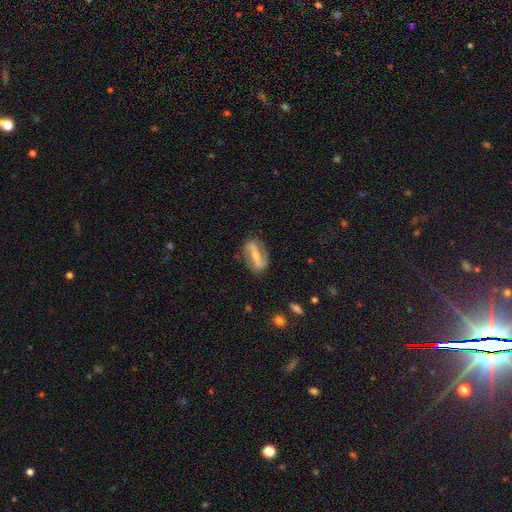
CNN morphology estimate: Smooth or featured?
  - featured or disk: 77% *
  - smooth: 17%
  - star or artifact: 6%
Edge-on disk?
  - no: 94% *
  - yes: 6%
Bar?
  - strong: 58% *
  - weak: 26%
  - no: 16%
Spiral arms?
  - yes: 88% *
  - no: 12%
Spiral winding?
  - loose: 44% *
  - medium: 36%
  - tight: 20%
Spiral arm count?
  - 2: 90% *
  - can't tell: 4%
  - 1: 3%
  - 3: 1%
  - 4: 1%
  - more than 4: 1%
Bulge size?
  - small: 49% *
  - moderate: 36%
  - none: 10%
  - large: 4%
  - dominant: 1%
Merging?
  - none: 80% *
  - minor disturbance: 14%
  - major disturbance: 5%
  - merger: 2%